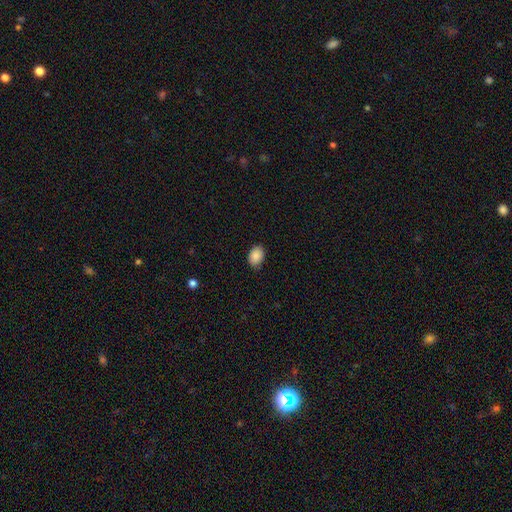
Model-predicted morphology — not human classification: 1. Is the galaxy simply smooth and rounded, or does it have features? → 89% smooth, 7% star or artifact, 3% featured or disk.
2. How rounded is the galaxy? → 79% in between, 20% round, 1% cigar-shaped.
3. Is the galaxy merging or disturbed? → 84% none, 13% minor disturbance, 2% major disturbance, 1% merger.